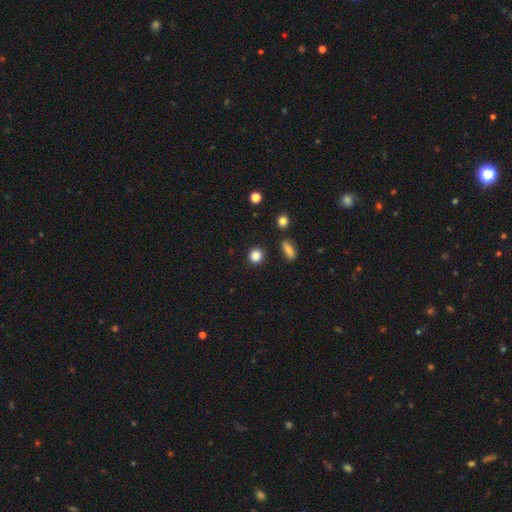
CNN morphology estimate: type=smooth (85%); roundness=round (88%); merging=none (90%).